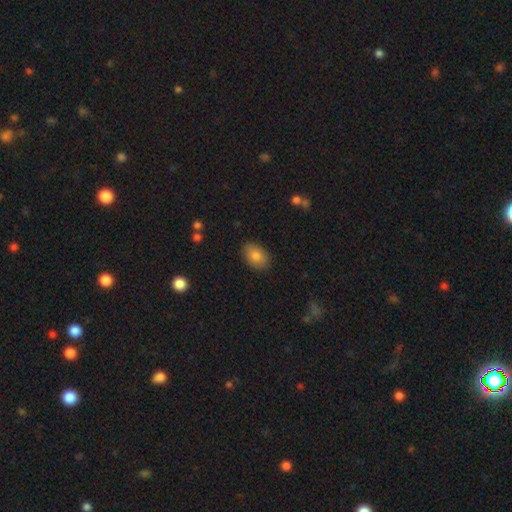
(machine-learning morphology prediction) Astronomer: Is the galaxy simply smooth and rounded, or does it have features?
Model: smooth — 84%.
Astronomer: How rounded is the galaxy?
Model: in between — 82%.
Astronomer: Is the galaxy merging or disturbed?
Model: none — 86%.